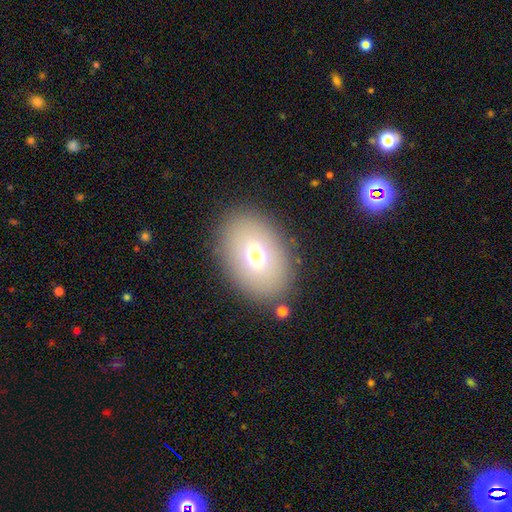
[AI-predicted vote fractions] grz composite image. It shows a smooth galaxy with no disk features (70%) that is in between round and cigar-shaped (82%). Merging: none (87%).